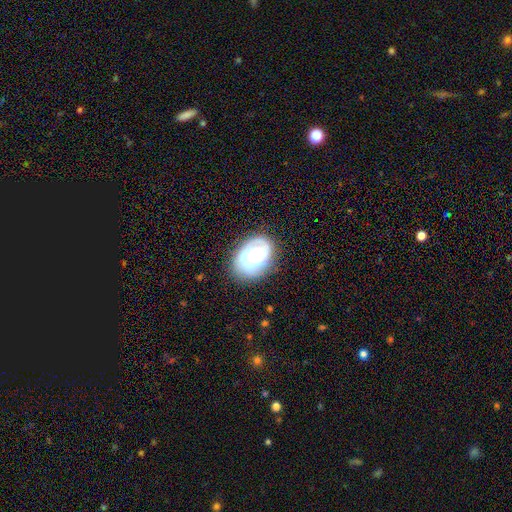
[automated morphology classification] This appears to be a featured or disk galaxy (63%) with no bar (75%), spiral arms (70%) and a moderate central bulge (57%). Merging: none (61%).